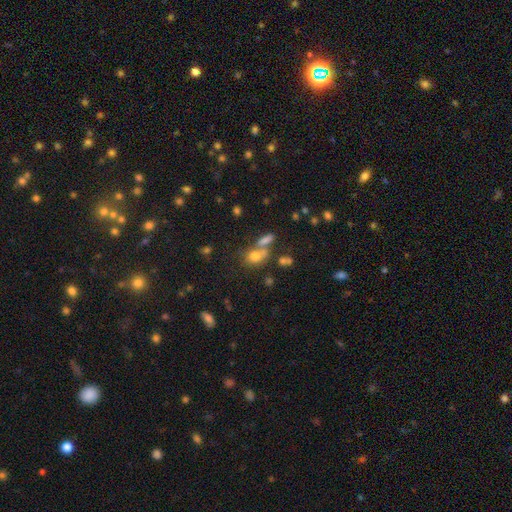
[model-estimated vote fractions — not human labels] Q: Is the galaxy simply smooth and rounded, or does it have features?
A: smooth — 69%.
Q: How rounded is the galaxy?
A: round — 49%.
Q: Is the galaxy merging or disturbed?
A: none — 47%.